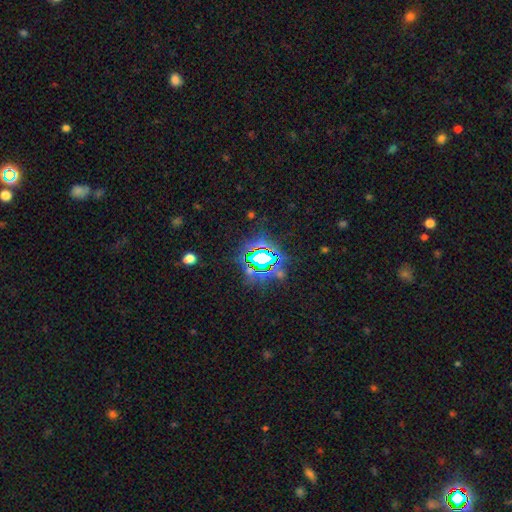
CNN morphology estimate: A star or artifact, not a galaxy (74%).